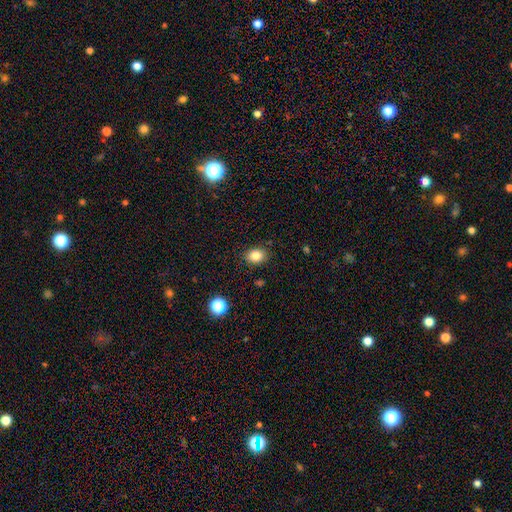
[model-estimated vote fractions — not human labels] Morphology: type=smooth (83%); roundness=in between (56%); merging=none (87%).